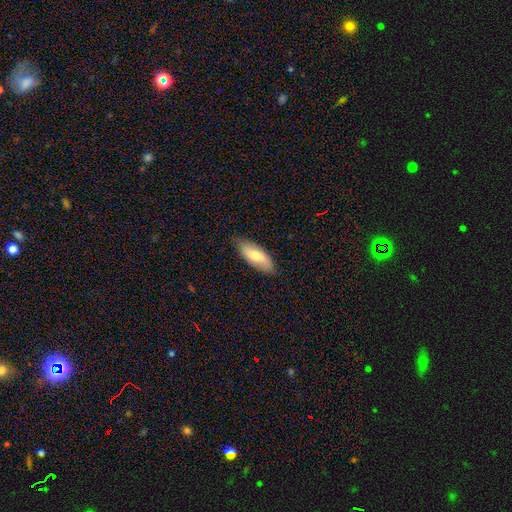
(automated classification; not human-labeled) This appears to be a smooth galaxy with no disk features (66%) that is in between round and cigar-shaped (77%). Merging: none (78%).